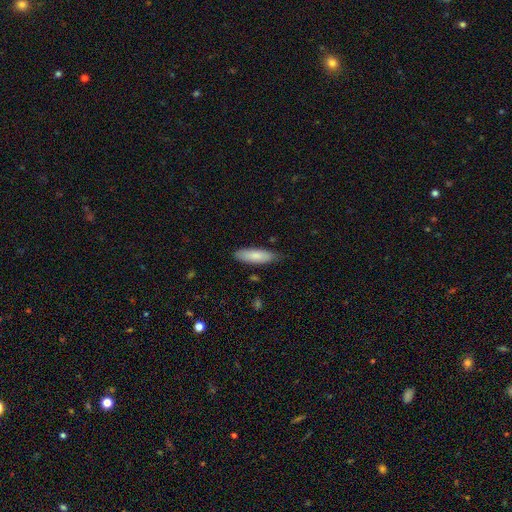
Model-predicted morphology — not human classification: A smooth galaxy with no disk features (84%) that is in between round and cigar-shaped (58%).

Vote fractions:
- Smooth or featured? smooth: 84% / featured or disk: 11% / star or artifact: 6%
- How rounded? in between: 58% / cigar-shaped: 41% / round: 2%
- Merging? none: 77% / minor disturbance: 18% / major disturbance: 3% / merger: 1%